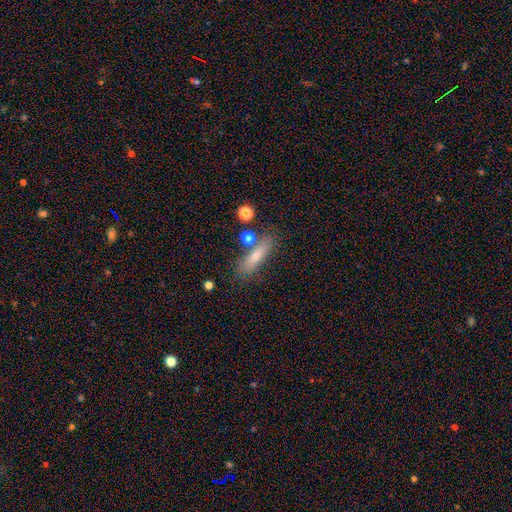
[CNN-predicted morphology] The model was most divided on "how rounded": cigar-shaped: 65%, in between: 31%, round: 4%. More confident: merging — none (74%); smooth or featured — smooth (69%).